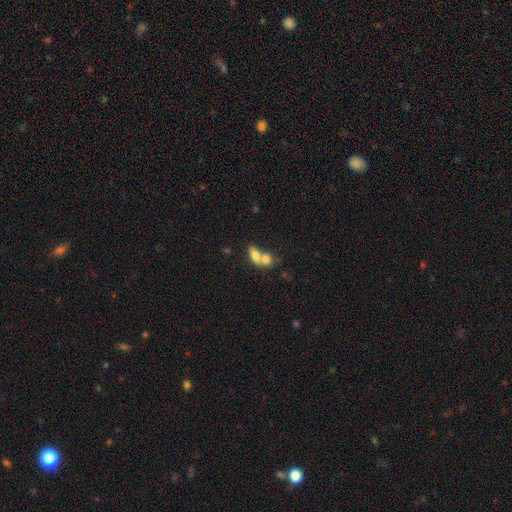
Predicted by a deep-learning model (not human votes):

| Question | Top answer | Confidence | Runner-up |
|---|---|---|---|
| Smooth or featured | smooth | 73% | featured or disk (19%) |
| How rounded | in between | 74% | round (20%) |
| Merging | merger | 73% | none (18%) |